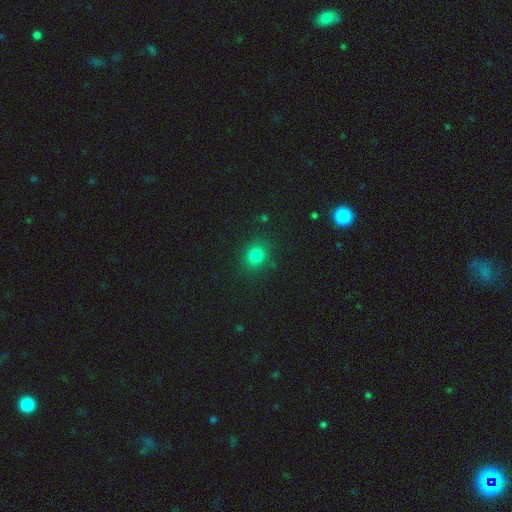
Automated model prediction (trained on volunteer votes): The model was most divided on "how rounded": round: 72%, in between: 27%, cigar-shaped: 1%. More confident: merging — none (87%); smooth or featured — smooth (81%).